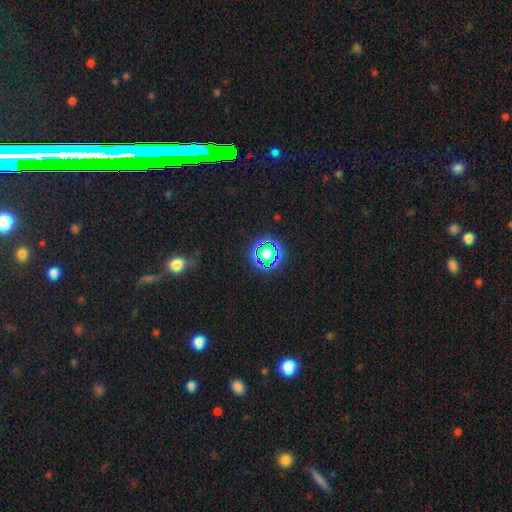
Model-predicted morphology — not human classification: Smooth or featured?
  - star or artifact: 75% *
  - smooth: 15%
  - featured or disk: 10%